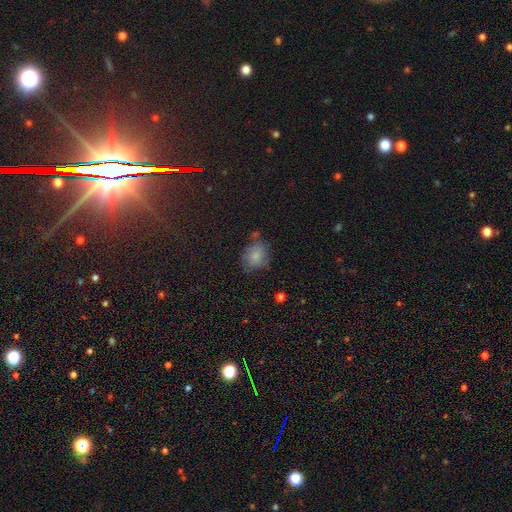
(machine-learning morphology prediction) Overall: smooth (74%). How rounded: round (56%; in between 43%). Merging: none (63%; minor disturbance 25%).